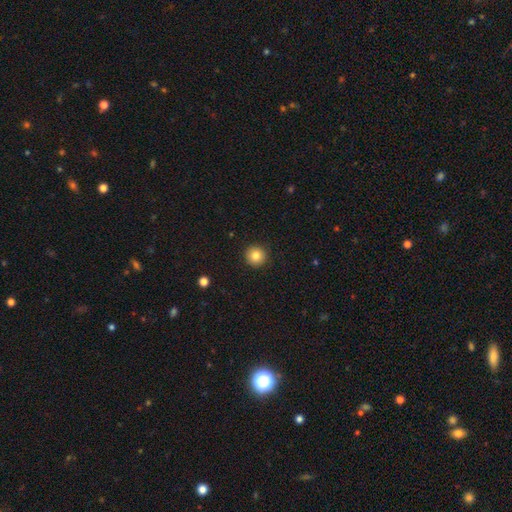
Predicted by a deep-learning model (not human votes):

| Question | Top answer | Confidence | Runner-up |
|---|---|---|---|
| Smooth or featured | smooth | 83% | star or artifact (10%) |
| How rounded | round | 95% | in between (4%) |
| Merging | none | 92% | minor disturbance (5%) |